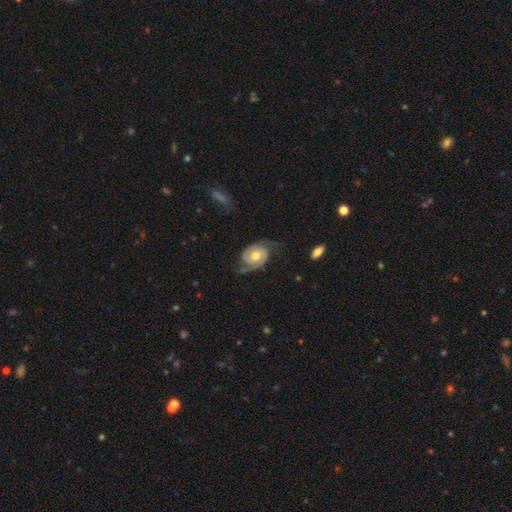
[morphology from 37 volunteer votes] This appears to be a featured or disk galaxy (84%) with no bar (81%), 2 (100%) tight (37%) spiral arms (97%) and a moderate central bulge (71%). Merging: none (74%).